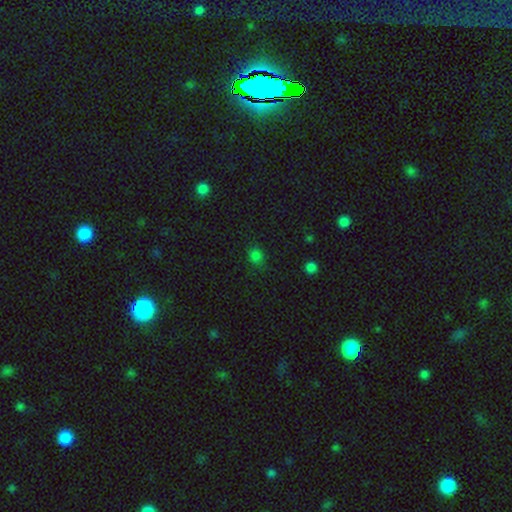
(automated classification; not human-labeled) smooth 77%, star or artifact 19%, featured or disk 4%. Down the decision tree: how rounded — round (74%); merging — none (81%).